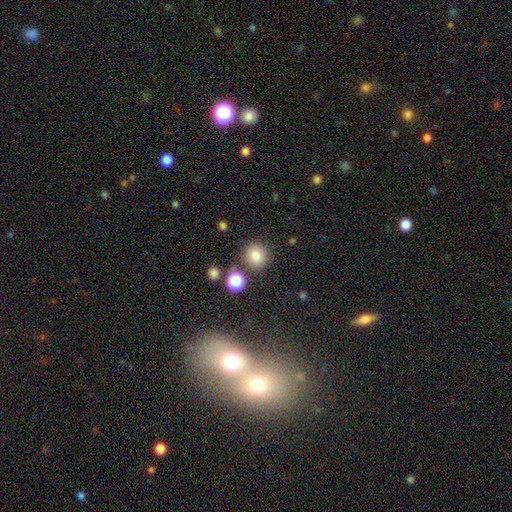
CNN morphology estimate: This is clearly a smooth galaxy (81%). How rounded: clearly round (90%). Merging: clearly none (82%).